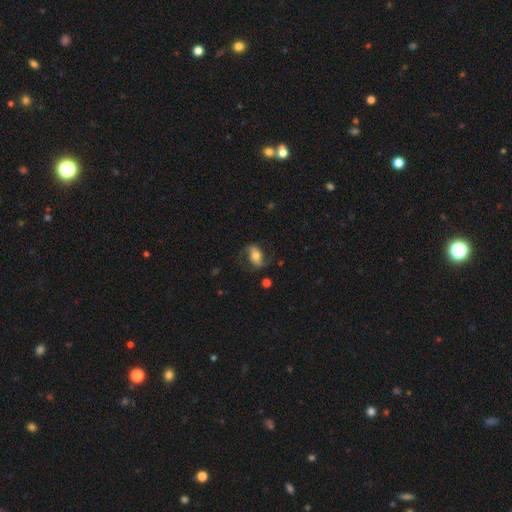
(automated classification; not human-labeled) Morphology: type=featured or disk (70%); edge-on=no (94%); bar=no (43%); spiral arms=yes (91%); winding=loose (60%); arm count=2 (91%); bulge=moderate (62%); merging=none (70%).